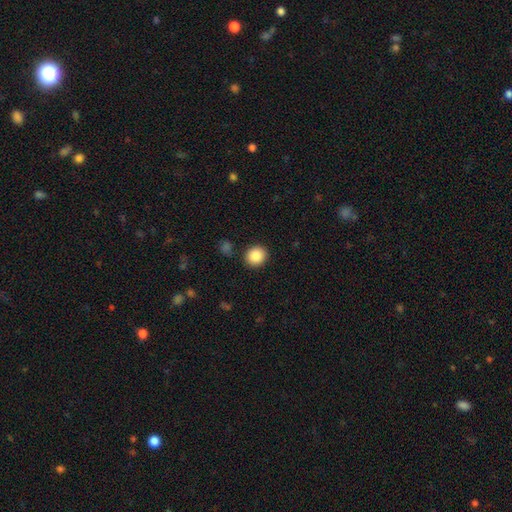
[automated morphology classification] The model was most divided on "how rounded": round: 82%, in between: 17%, cigar-shaped: 1%. More confident: merging — none (89%); smooth or featured — smooth (87%).